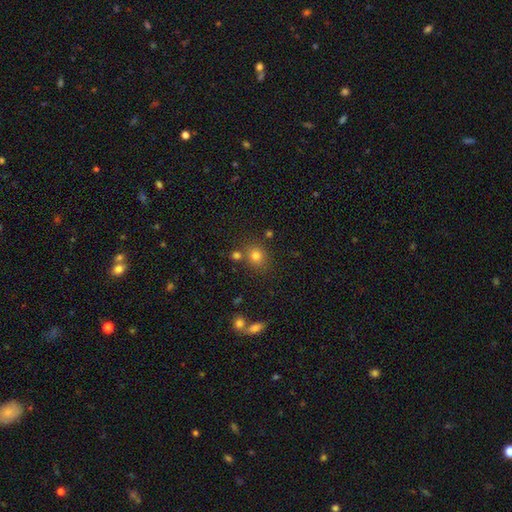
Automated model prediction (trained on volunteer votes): Smooth or featured: smooth — 78% (star or artifact — 15%)
How rounded: round — 74% (in between — 25%)
Merging: none — 72% (merger — 14%)